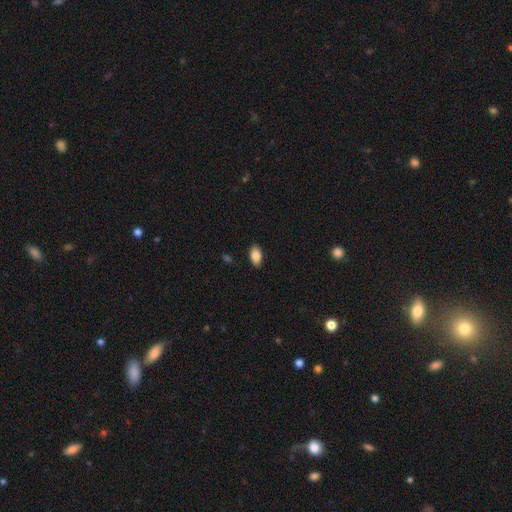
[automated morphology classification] Smooth or featured: smooth — 86% (star or artifact — 7%)
How rounded: in between — 93% (round — 4%)
Merging: none — 89% (minor disturbance — 8%)